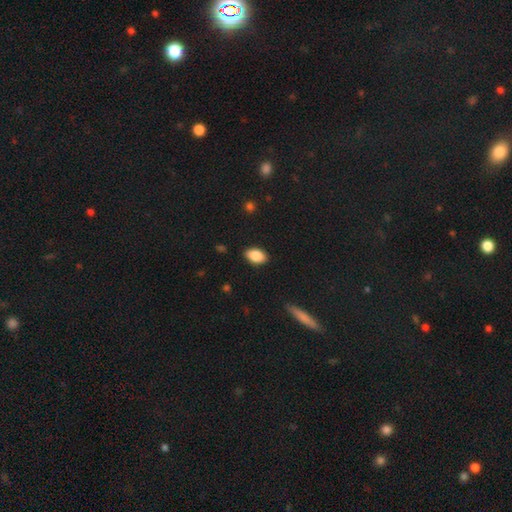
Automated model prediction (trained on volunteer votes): Q: Smooth or featured?
A: smooth (87%); runner-up: star or artifact (7%)
Q: How rounded?
A: in between (91%); runner-up: round (7%)
Q: Merging?
A: none (87%); runner-up: minor disturbance (10%)